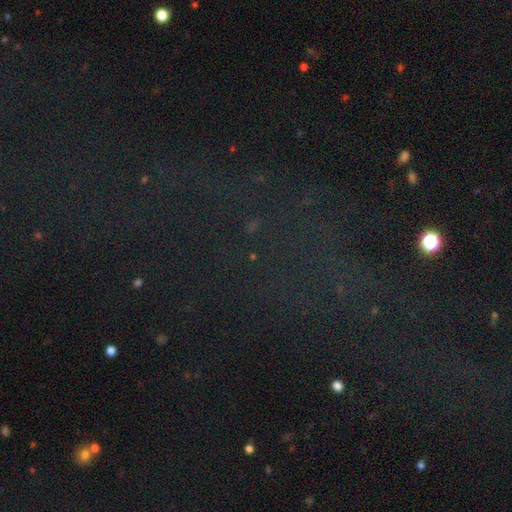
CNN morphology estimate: Q: Smooth or featured?
A: star or artifact (71%); runner-up: smooth (16%)